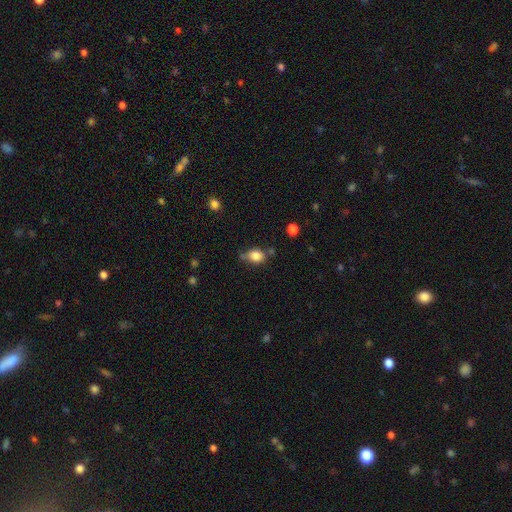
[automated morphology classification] Smooth or featured?
  - smooth: 82% *
  - star or artifact: 10%
  - featured or disk: 8%
How rounded?
  - in between: 56% *
  - round: 43%
  - cigar-shaped: 2%
Merging?
  - none: 55% *
  - minor disturbance: 27%
  - merger: 11%
  - major disturbance: 7%